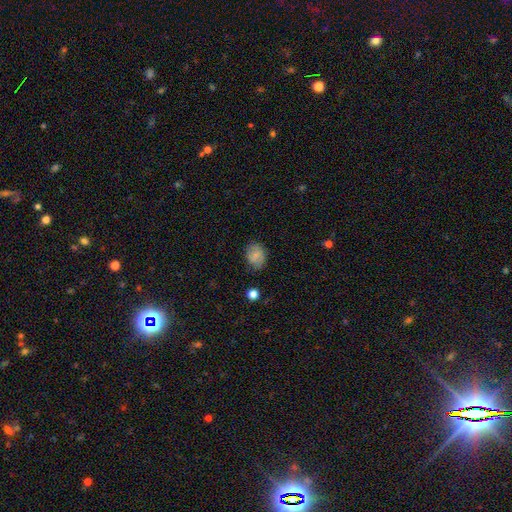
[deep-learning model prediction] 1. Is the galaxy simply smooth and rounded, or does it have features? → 81% smooth, 10% featured or disk, 9% star or artifact.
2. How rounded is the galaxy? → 62% in between, 36% round, 1% cigar-shaped.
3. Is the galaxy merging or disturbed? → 79% none, 15% minor disturbance, 4% major disturbance, 1% merger.